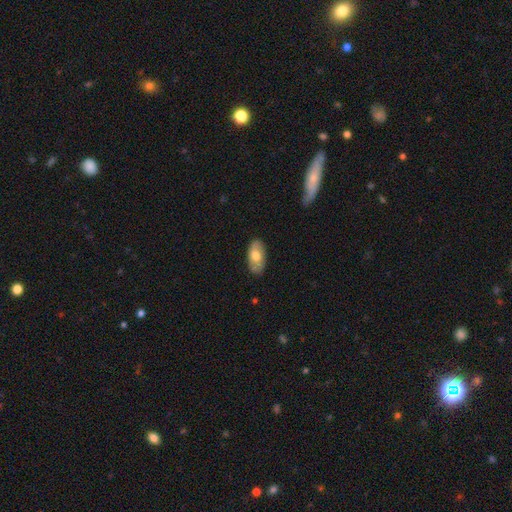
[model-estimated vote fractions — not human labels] This appears to be a smooth galaxy with no disk features (67%) that is in between round and cigar-shaped (93%). Merging: none (81%).